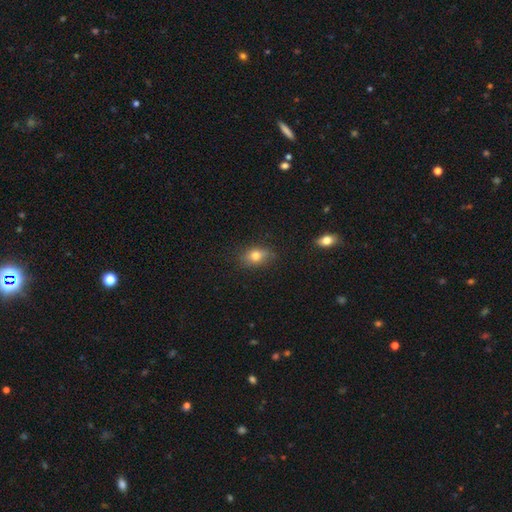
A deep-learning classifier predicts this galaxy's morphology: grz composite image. It shows a smooth galaxy with no disk features (76%) that is in between round and cigar-shaped (70%). Merging: none (74%).